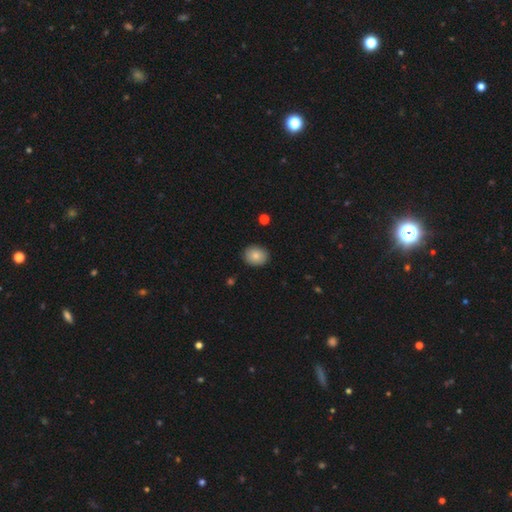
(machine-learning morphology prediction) This appears to be a smooth galaxy with no disk features (84%) that is round (58%). Merging: none (88%).